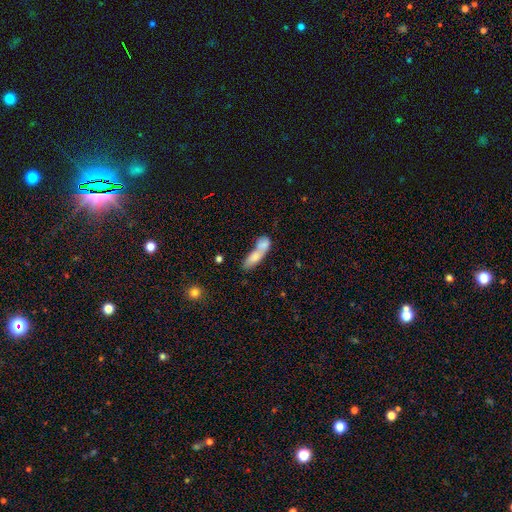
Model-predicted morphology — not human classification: The model was most divided on "how rounded": in between: 60%, cigar-shaped: 33%, round: 7%. More confident: smooth or featured — smooth (74%); merging — merger (70%).